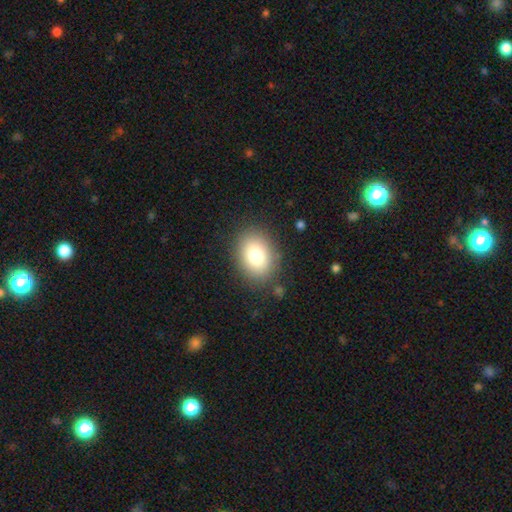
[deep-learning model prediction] This appears to be a smooth galaxy with no disk features (79%) that is in between round and cigar-shaped (65%). Merging: none (85%).